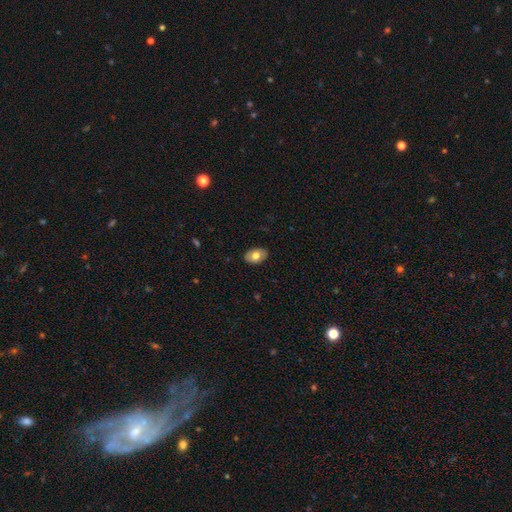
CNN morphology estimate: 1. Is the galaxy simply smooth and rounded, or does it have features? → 70% smooth, 24% featured or disk, 7% star or artifact.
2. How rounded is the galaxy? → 87% in between, 12% round, 1% cigar-shaped.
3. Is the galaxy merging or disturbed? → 86% none, 11% minor disturbance, 2% major disturbance, 1% merger.